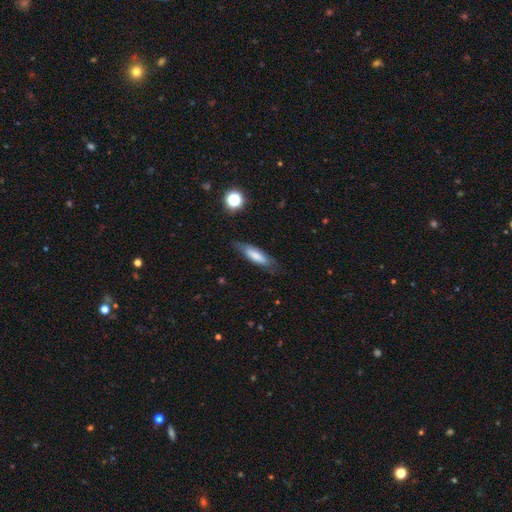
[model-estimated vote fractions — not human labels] Morphology: type=smooth (66%); roundness=cigar-shaped (60%); merging=none (74%).